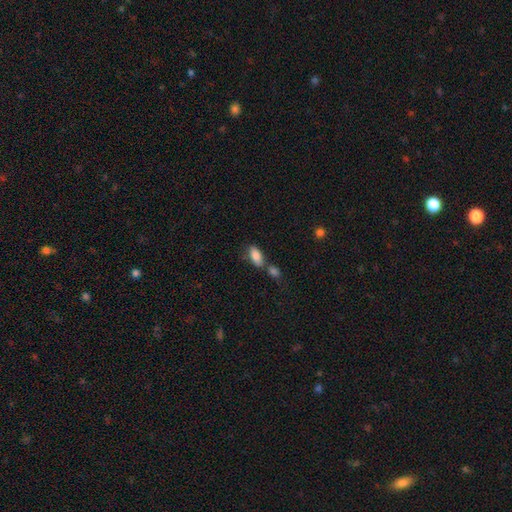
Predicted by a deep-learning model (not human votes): Smooth or featured? Predicted: smooth (p=0.83). How rounded? Predicted: in between (p=0.90). Merging? Predicted: none (p=0.53).